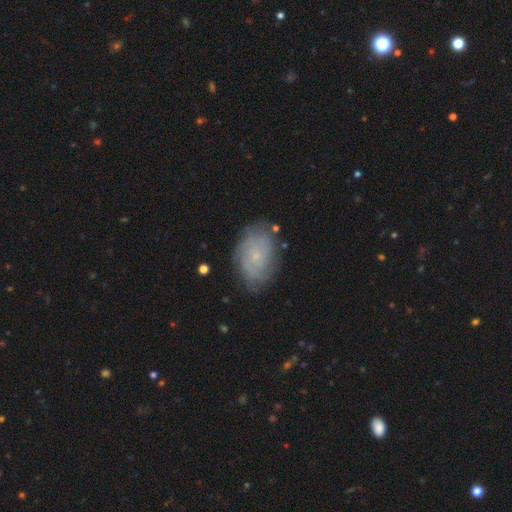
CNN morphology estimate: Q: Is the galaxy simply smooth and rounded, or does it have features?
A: featured or disk — 66%.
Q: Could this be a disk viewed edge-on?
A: no — 96%.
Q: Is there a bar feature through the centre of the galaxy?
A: no — 79%.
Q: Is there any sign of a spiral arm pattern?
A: yes — 87%.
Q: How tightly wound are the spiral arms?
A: tight — 60%.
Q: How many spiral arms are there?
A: can't tell — 50%.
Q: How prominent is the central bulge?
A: small — 81%.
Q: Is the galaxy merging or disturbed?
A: none — 76%.